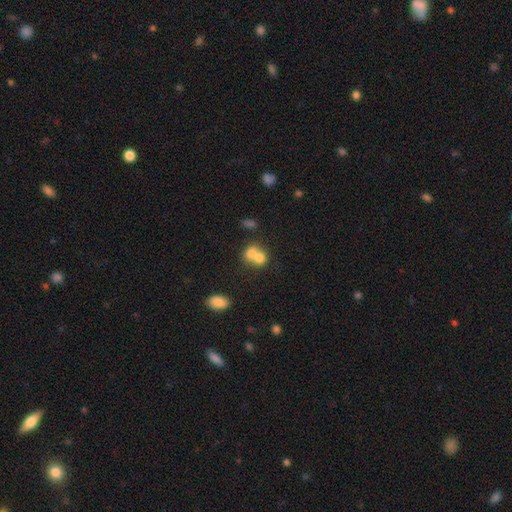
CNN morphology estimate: type=smooth (72%); roundness=round (62%); merging=merger (68%).